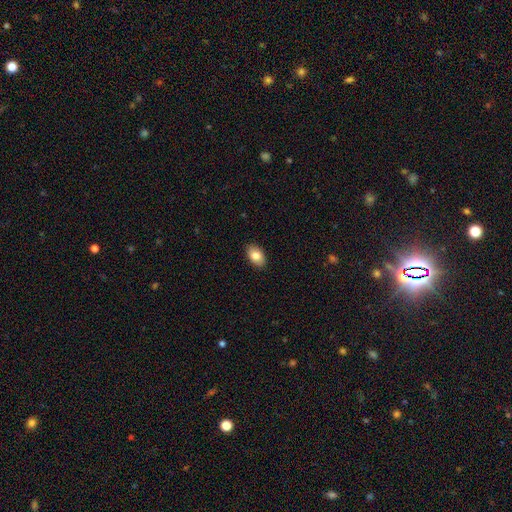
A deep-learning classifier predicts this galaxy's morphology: Smooth or featured?
  - smooth: 83% *
  - featured or disk: 9%
  - star or artifact: 7%
How rounded?
  - in between: 91% *
  - round: 7%
  - cigar-shaped: 1%
Merging?
  - none: 90% *
  - minor disturbance: 8%
  - major disturbance: 2%
  - merger: 1%